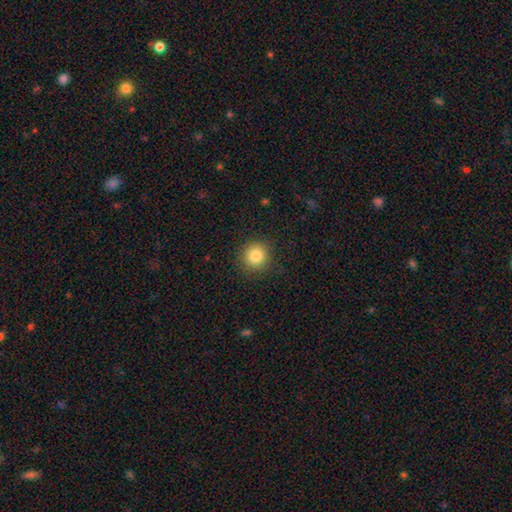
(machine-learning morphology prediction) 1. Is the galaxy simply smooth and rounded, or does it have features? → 84% smooth, 11% star or artifact, 5% featured or disk.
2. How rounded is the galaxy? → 92% round, 7% in between, 1% cigar-shaped.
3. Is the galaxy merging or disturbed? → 90% none, 7% minor disturbance, 2% major disturbance, 1% merger.